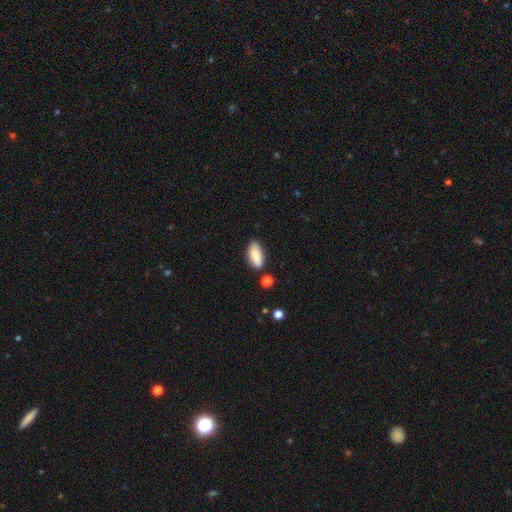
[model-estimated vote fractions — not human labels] Overall: smooth (85%). How rounded: in between (82%). Merging: none (74%).